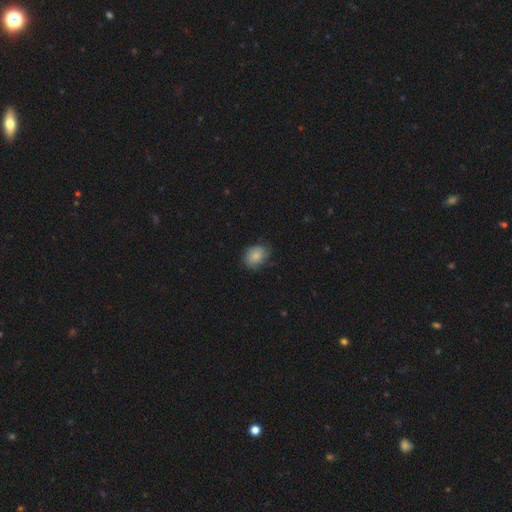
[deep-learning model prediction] Morphology: type=smooth (82%); roundness=in between (56%); merging=none (72%).